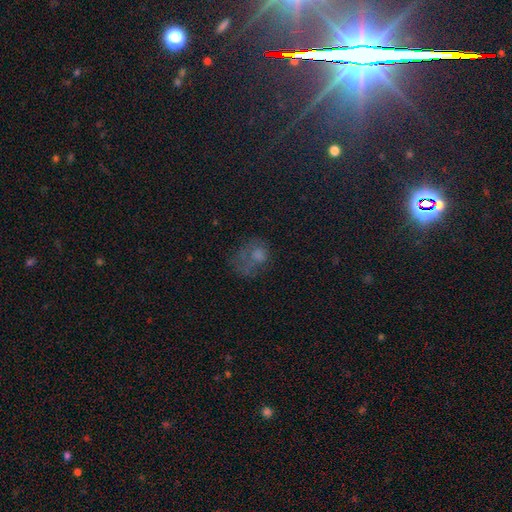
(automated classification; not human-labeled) Smooth or featured? smooth (49%)
Merging? none (38%)